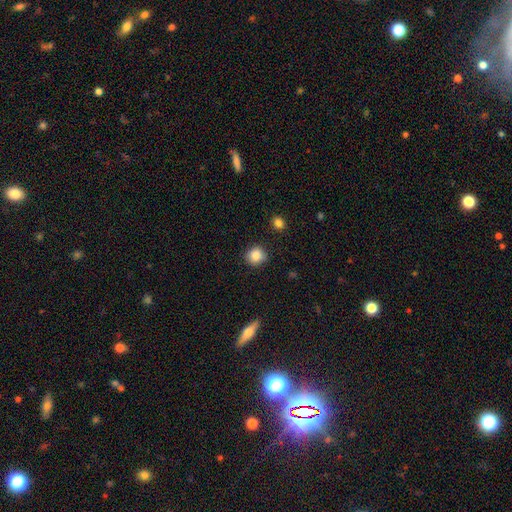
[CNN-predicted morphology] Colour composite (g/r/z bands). It shows a smooth galaxy with no disk features (85%) that is round (86%). Merging: none (86%).